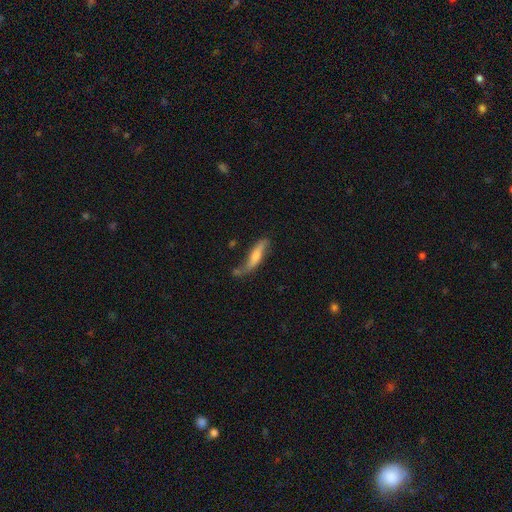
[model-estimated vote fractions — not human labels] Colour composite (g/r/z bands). It shows a featured or disk galaxy (55%). Merging: none (52%).